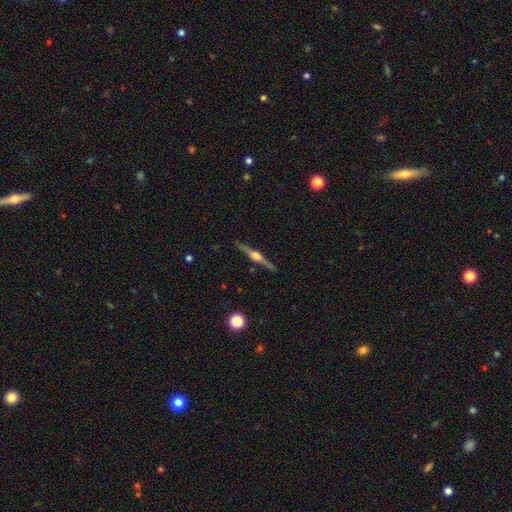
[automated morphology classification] smooth_or_featured: featured or disk (p=0.84) [alt: smooth p=0.11]
disk_edge_on: yes (p=0.98) [alt: no p=0.02]
edge_on_bulge: rounded (p=0.93) [alt: boxy p=0.06]
merging: none (p=0.91) [alt: minor disturbance p=0.07]